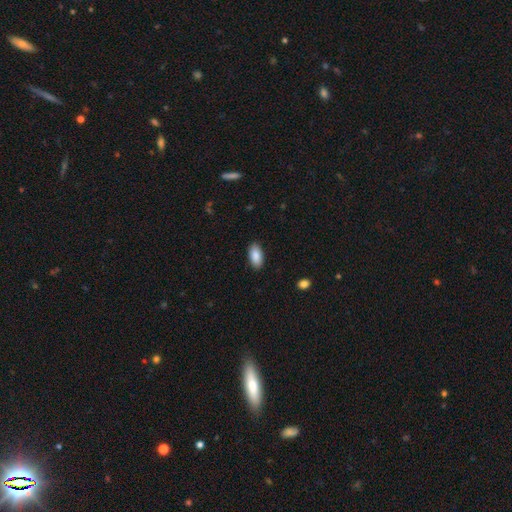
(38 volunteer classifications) Smooth or featured? smooth (84%)
How rounded? in between (88%)
Merging? none (89%)